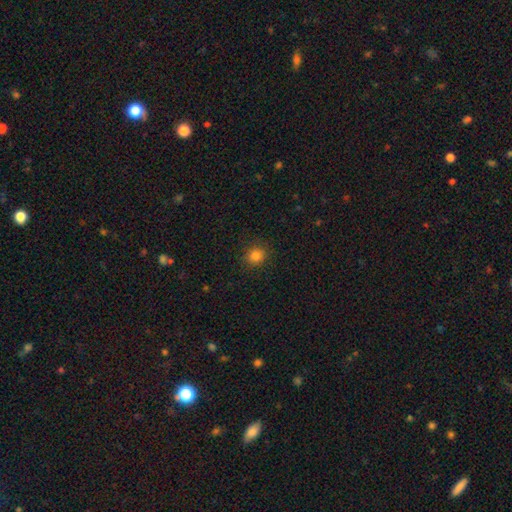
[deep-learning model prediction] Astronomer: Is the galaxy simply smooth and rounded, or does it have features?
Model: smooth — 83%.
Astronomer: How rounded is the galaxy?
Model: round — 78%.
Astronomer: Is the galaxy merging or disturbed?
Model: none — 88%.